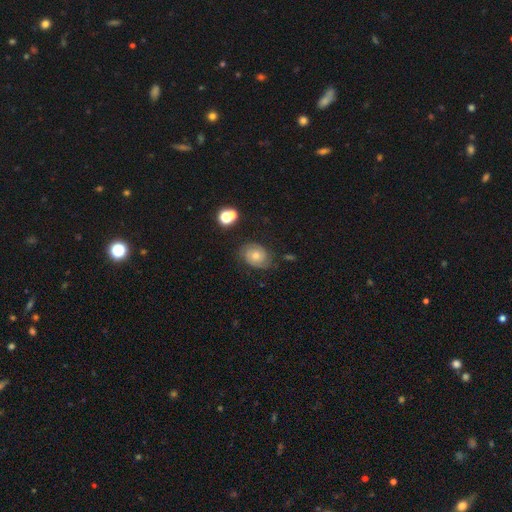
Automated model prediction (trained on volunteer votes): Smooth or featured?
  - featured or disk: 50% *
  - smooth: 38%
  - star or artifact: 12%
Edge-on disk?
  - no: 97% *
  - yes: 3%
Merging?
  - none: 71% *
  - minor disturbance: 20%
  - major disturbance: 7%
  - merger: 2%